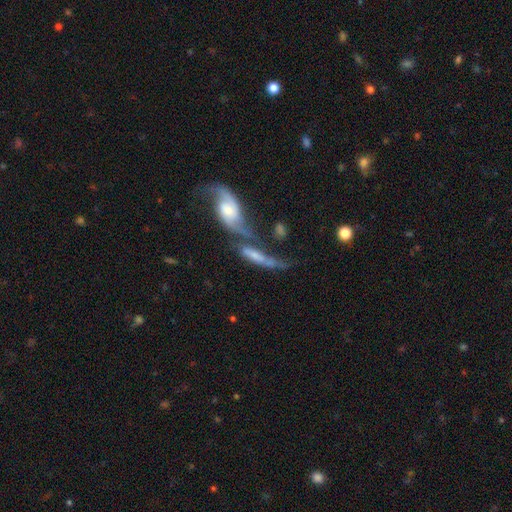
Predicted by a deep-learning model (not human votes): smooth-or-featured: featured or disk: 52% | smooth: 39% | star or artifact: 8%
  disk-edge-on: no: 60% | yes: 40%
  merging: merger: 61% | none: 17% | major disturbance: 12% | minor disturbance: 11%